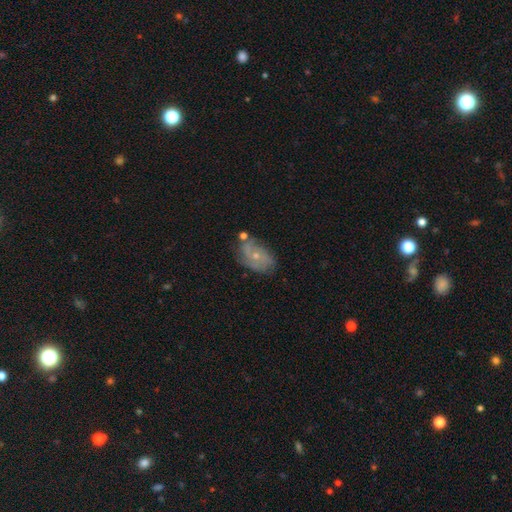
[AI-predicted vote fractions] Smooth or featured? Predicted: featured or disk (p=0.62). Edge-on disk? Predicted: no (p=0.96). Bar? Predicted: no (p=0.80). Spiral arms? Predicted: yes (p=0.77). Bulge size? Predicted: small (p=0.70). Merging? Predicted: none (p=0.59).